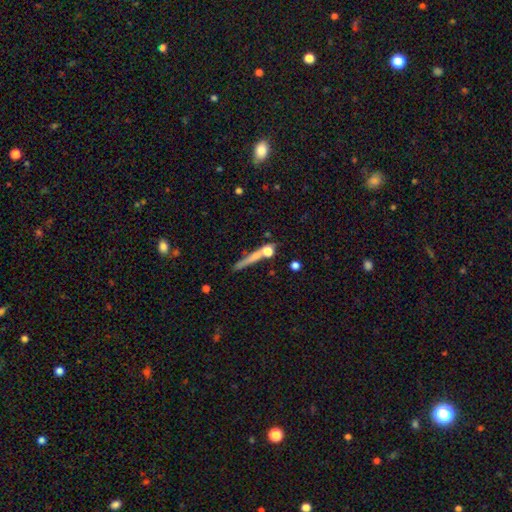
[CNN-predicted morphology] The model was most divided on "smooth or featured": smooth: 52%, featured or disk: 36%, star or artifact: 12%. More confident: how rounded — cigar-shaped (84%); merging — none (68%).